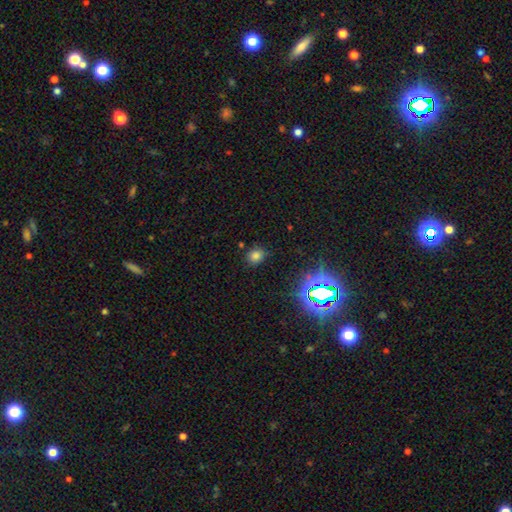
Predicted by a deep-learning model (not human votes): smooth_or_featured: smooth (p=0.72) [alt: star or artifact p=0.23]
how_rounded: round (p=0.63) [alt: in between p=0.36]
merging: none (p=0.81) [alt: minor disturbance p=0.12]